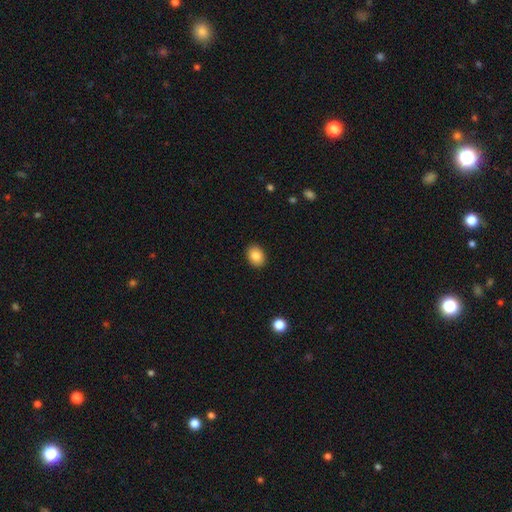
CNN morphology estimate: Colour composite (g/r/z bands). It shows a smooth galaxy with no disk features (86%) that is in between round and cigar-shaped (62%). Merging: none (90%).